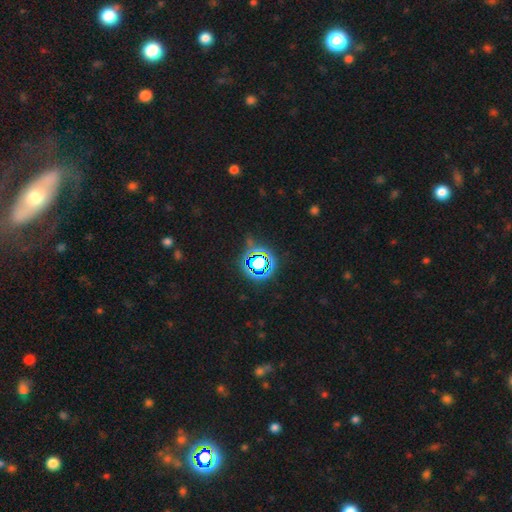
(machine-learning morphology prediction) smooth-or-featured: star or artifact: 79% | smooth: 14% | featured or disk: 7%